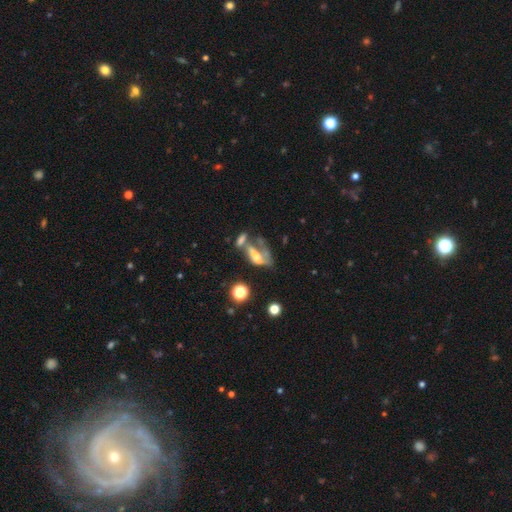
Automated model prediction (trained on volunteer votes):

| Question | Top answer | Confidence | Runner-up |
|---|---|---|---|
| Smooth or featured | featured or disk | 52% | smooth (34%) |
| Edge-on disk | no | 83% | yes (17%) |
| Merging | merger | 40% | major disturbance (28%) |